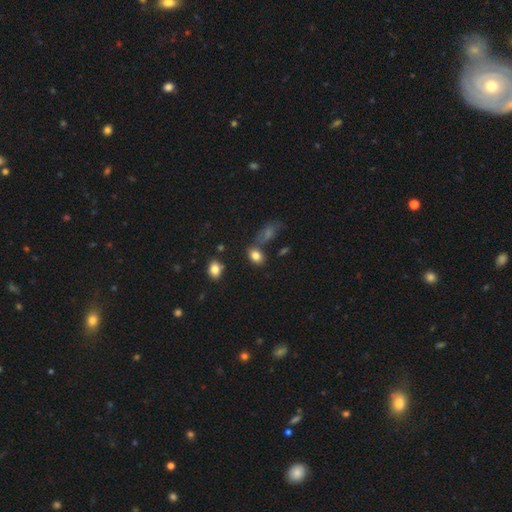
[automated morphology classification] This is clearly a smooth galaxy (82%). How rounded: likely in between (72%). Merging: likely none (66%).